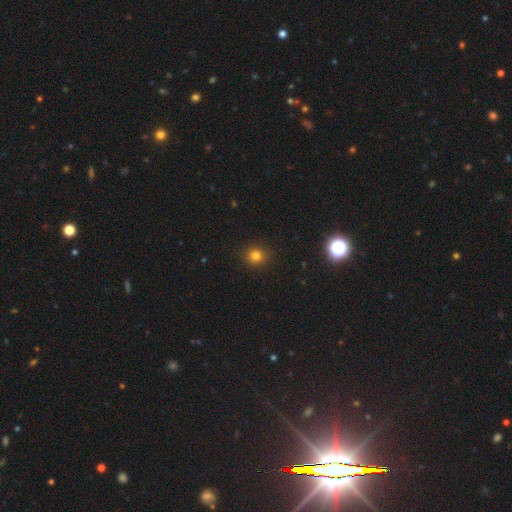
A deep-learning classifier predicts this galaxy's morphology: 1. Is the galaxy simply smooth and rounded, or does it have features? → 80% smooth, 15% star or artifact, 5% featured or disk.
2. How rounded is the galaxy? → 87% round, 12% in between, 1% cigar-shaped.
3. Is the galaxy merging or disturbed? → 91% none, 6% minor disturbance, 2% major disturbance, 1% merger.